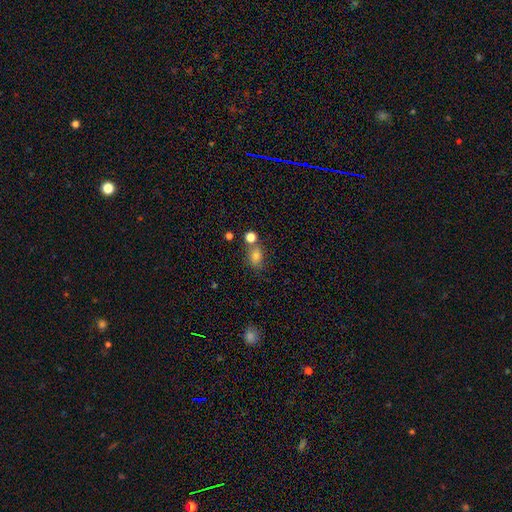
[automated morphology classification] Smooth or featured? smooth (75%)
How rounded? in between (59%)
Merging? none (58%)